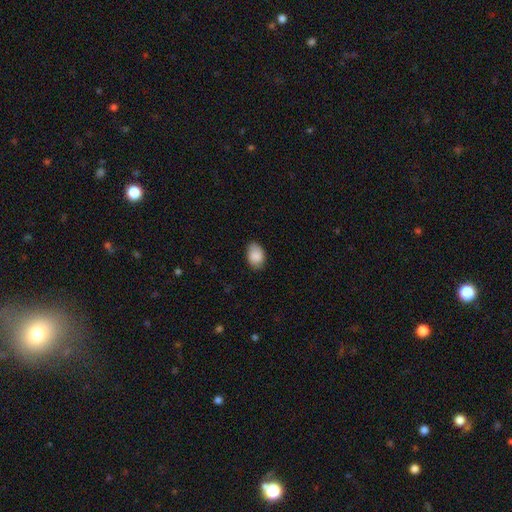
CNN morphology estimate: A smooth galaxy with no disk features (88%) that is in between round and cigar-shaped (85%).

Vote fractions:
- Smooth or featured? smooth: 88% / star or artifact: 7% / featured or disk: 5%
- How rounded? in between: 85% / round: 14% / cigar-shaped: 1%
- Merging? none: 77% / minor disturbance: 19% / major disturbance: 3% / merger: 1%